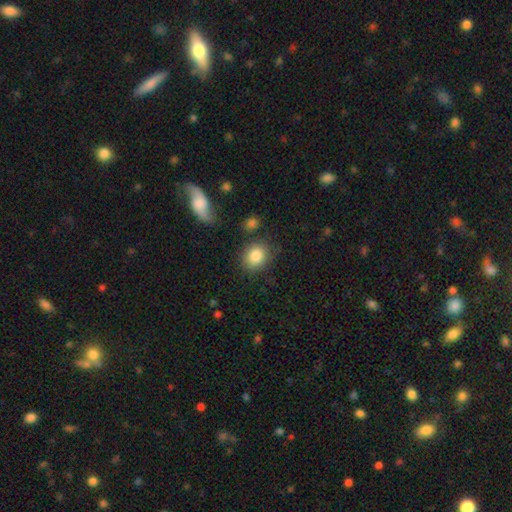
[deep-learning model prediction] This appears to be a smooth galaxy with no disk features (85%) that is round (65%). Merging: none (78%).